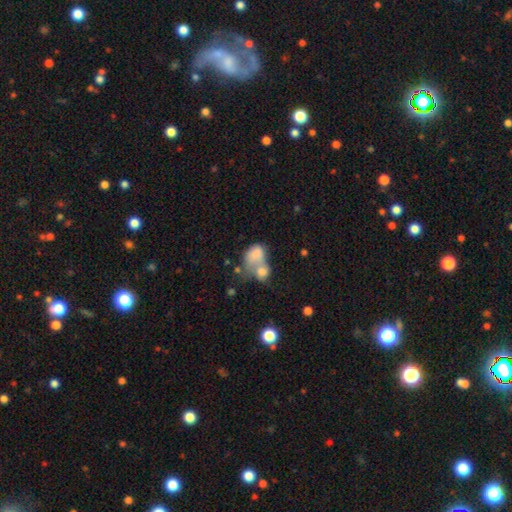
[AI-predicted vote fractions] Smooth or featured: smooth — 73% (featured or disk — 18%)
How rounded: in between — 74% (round — 24%)
Merging: merger — 71% (none — 12%)